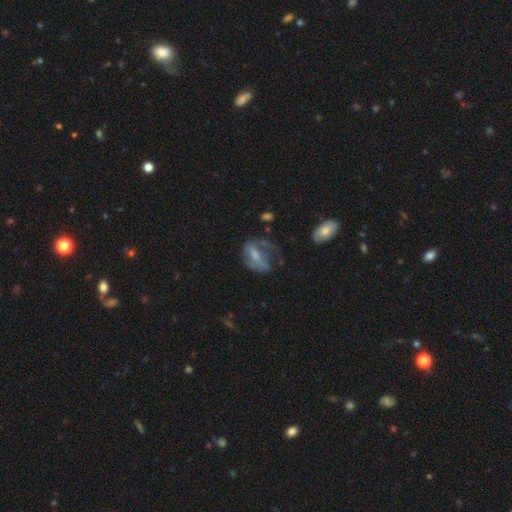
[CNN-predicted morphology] A featured or disk galaxy (55%) with a weak bar (40%), spiral arms (57%) and a moderate central bulge (36%). Merging: none (39%).